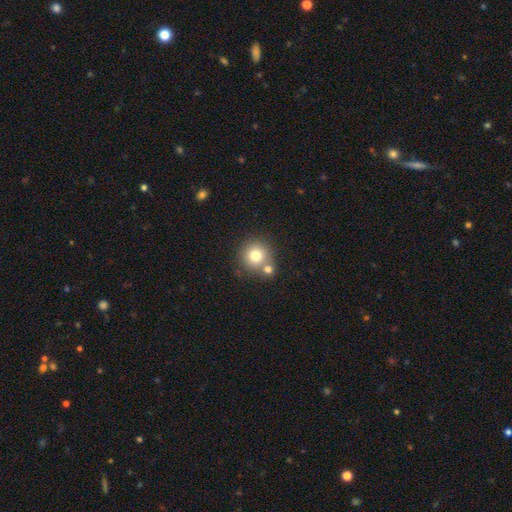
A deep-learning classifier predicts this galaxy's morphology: smooth 76%, star or artifact 12%, featured or disk 12%. Down the decision tree: how rounded — round (93%); merging — none (64%).